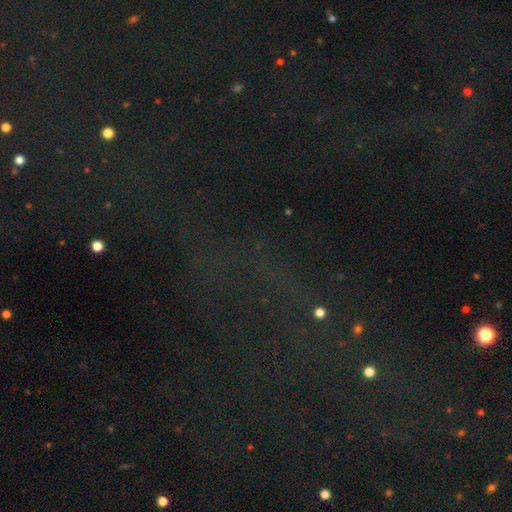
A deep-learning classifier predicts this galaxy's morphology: type=star or artifact (75%).